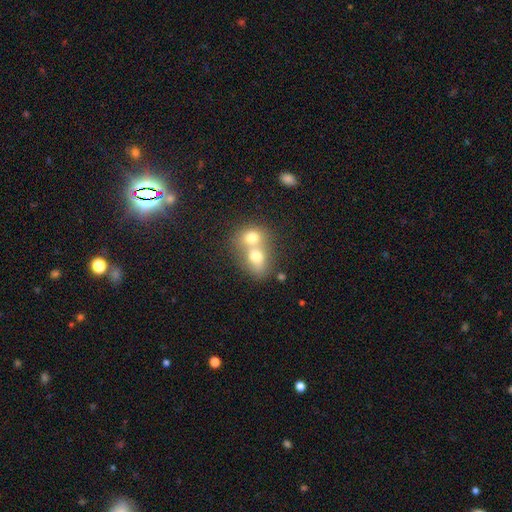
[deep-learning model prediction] smooth-or-featured: smooth: 69% | featured or disk: 21% | star or artifact: 11%
  how-rounded: in between: 53% | round: 45% | cigar-shaped: 2%
  merging: merger: 73% | none: 19% | minor disturbance: 5% | major disturbance: 3%